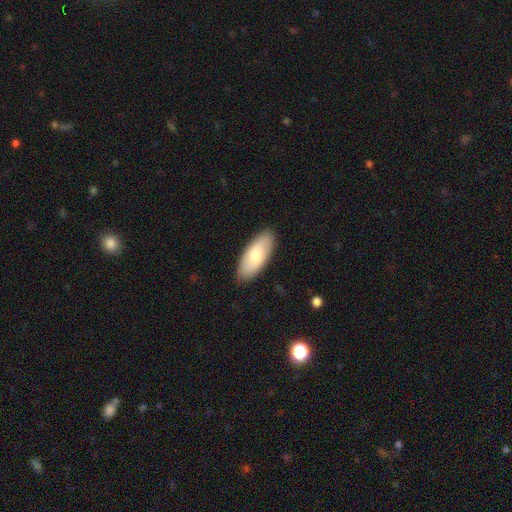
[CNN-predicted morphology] A smooth galaxy with no disk features (73%) that is in between round and cigar-shaped (86%). Merging: none (87%).